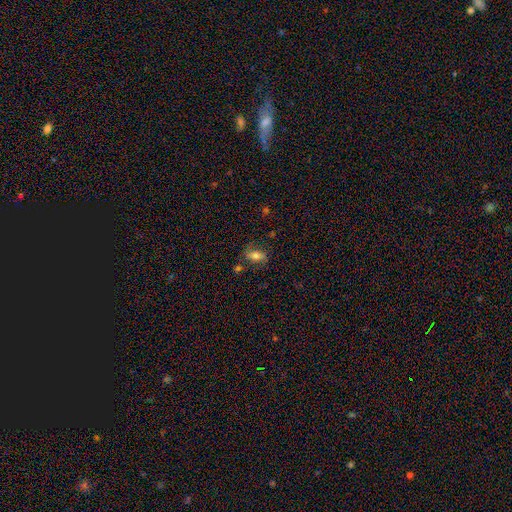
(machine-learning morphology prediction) This appears to be a smooth galaxy with no disk features (65%) that is in between round and cigar-shaped (82%). Merging: none (64%).